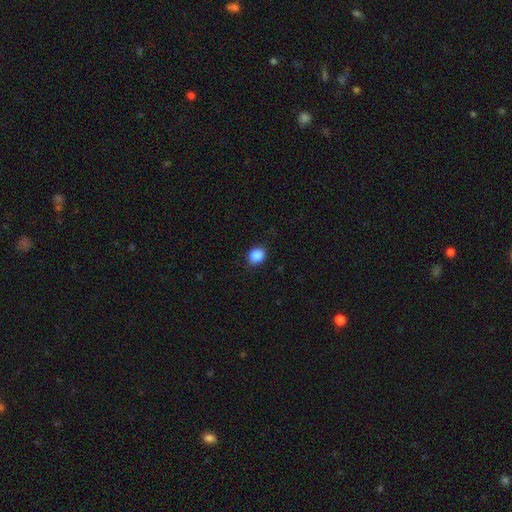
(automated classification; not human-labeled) Smooth or featured? Predicted: smooth (p=0.88). How rounded? Predicted: round (p=0.56). Merging? Predicted: none (p=0.88).